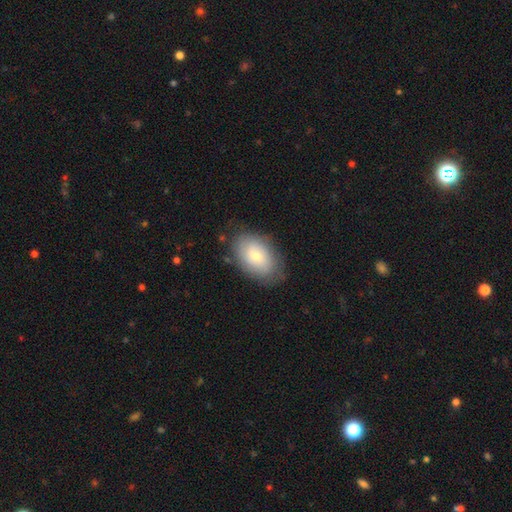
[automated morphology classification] type=smooth (65%); roundness=in between (89%); merging=none (77%).